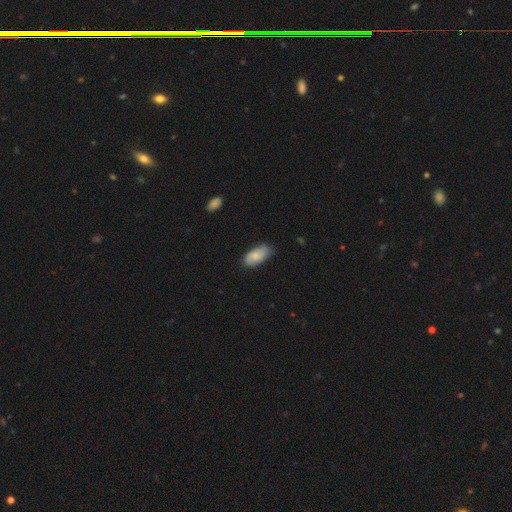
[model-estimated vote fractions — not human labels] Overall: smooth (71%). How rounded: in between (92%). Merging: none (72%).